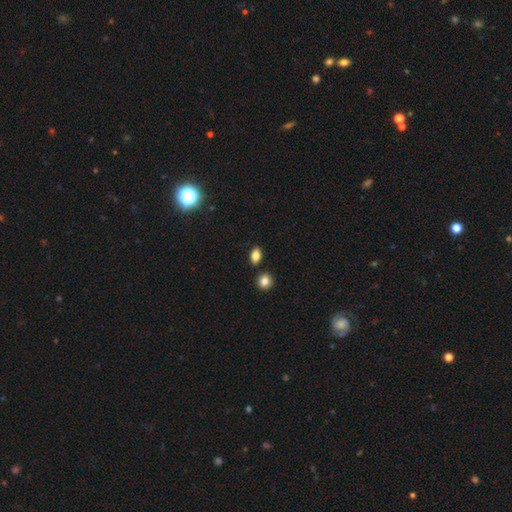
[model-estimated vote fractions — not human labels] A smooth galaxy with no disk features (81%) that is in between round and cigar-shaped (79%). Merging: none (83%).